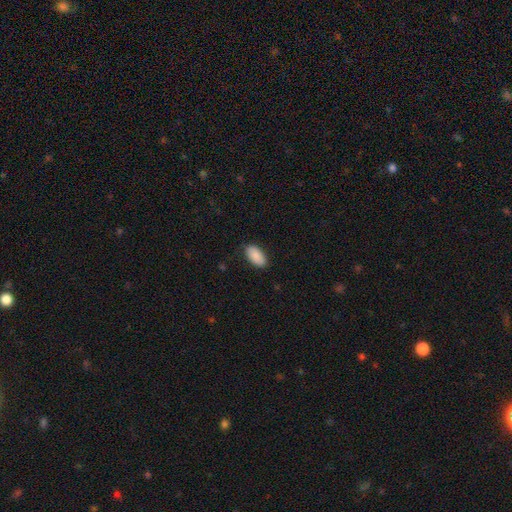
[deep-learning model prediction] smooth 89%, star or artifact 6%, featured or disk 4%. Down the decision tree: how rounded — in between (95%); merging — none (86%).